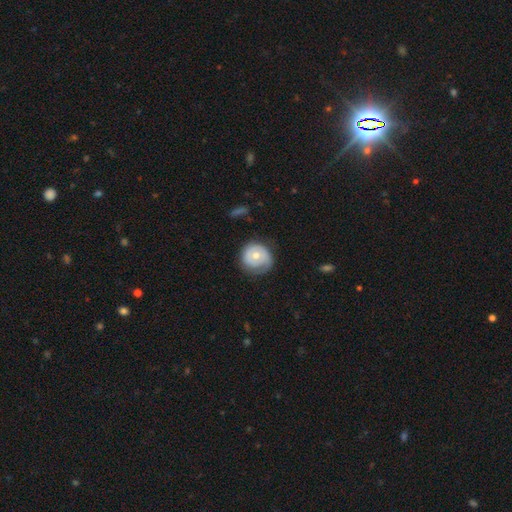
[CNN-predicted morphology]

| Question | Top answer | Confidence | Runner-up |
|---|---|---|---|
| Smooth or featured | featured or disk | 49% | smooth (46%) |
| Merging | none | 63% | minor disturbance (25%) |